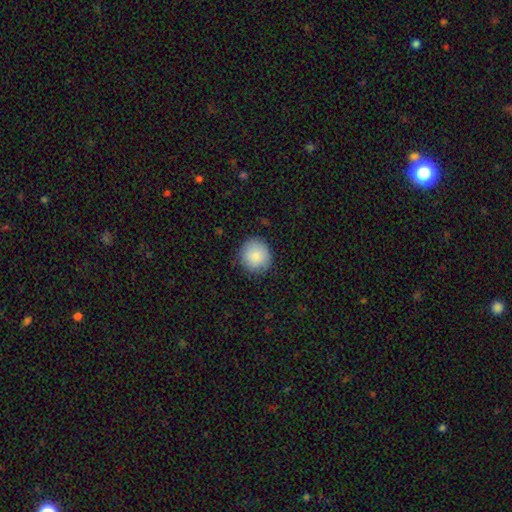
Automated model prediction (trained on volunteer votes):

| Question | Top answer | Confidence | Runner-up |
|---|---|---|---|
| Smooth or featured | smooth | 87% | star or artifact (7%) |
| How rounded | round | 89% | in between (10%) |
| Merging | none | 86% | minor disturbance (11%) |